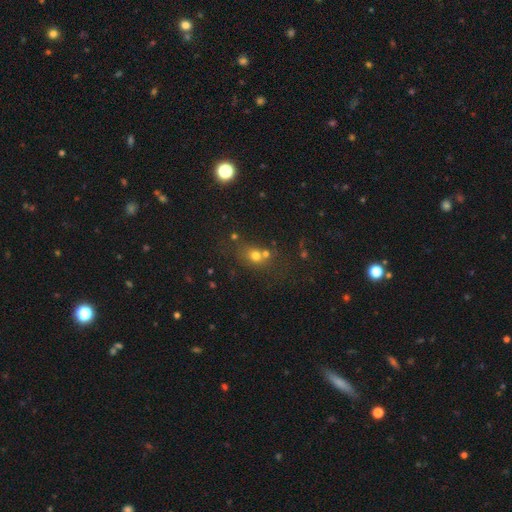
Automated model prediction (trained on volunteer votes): Smooth or featured? smooth (66%)
How rounded? round (64%)
Merging? none (50%)